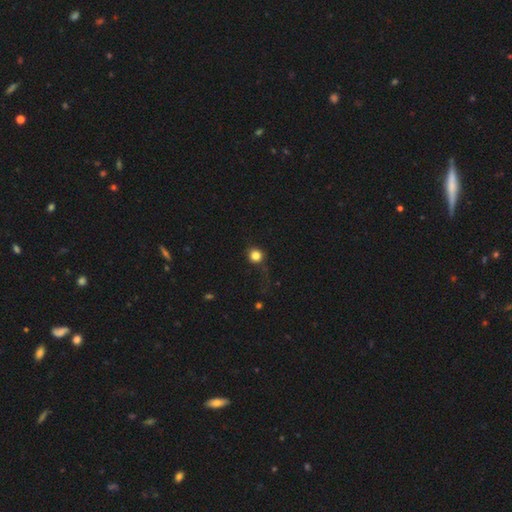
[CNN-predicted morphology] This appears to be a smooth galaxy with no disk features (82%) that is round (91%). Merging: none (72%).